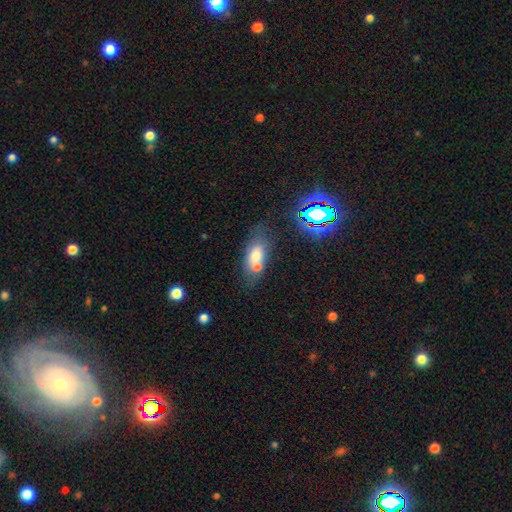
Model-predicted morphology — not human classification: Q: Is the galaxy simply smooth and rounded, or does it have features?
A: smooth — 65%.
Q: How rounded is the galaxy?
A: in between — 81%.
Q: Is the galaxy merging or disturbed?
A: none — 41%.